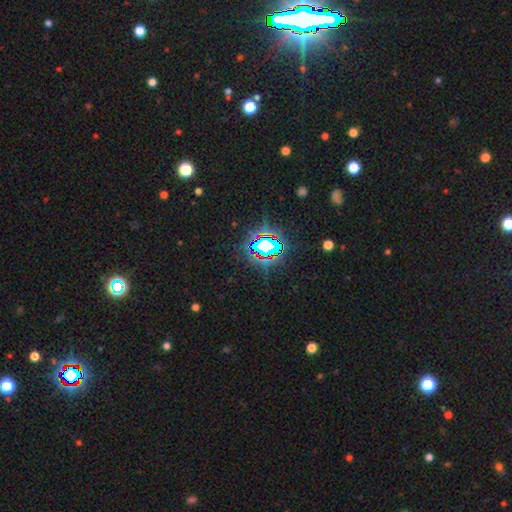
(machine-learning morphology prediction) Smooth or featured? Predicted: star or artifact (p=0.77).